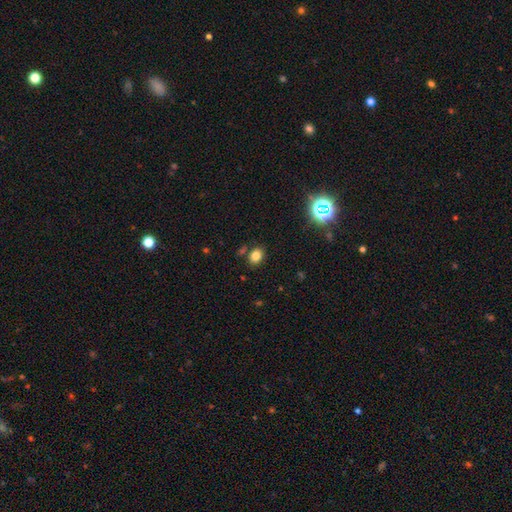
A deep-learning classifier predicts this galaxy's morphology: Smooth or featured: smooth — 80% (star or artifact — 13%)
How rounded: in between — 61% (round — 38%)
Merging: none — 80% (minor disturbance — 11%)